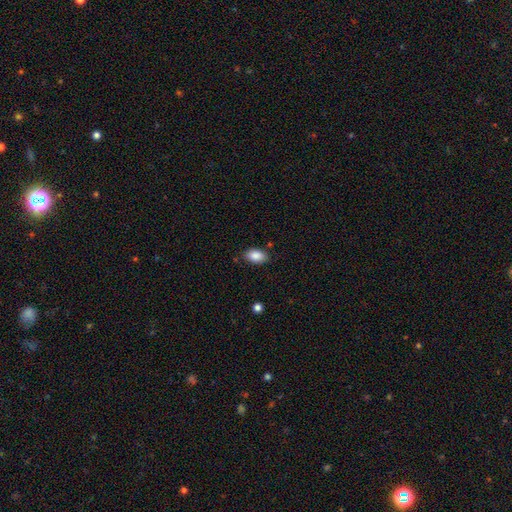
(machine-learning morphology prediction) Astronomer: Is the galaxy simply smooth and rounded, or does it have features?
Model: smooth — 88%.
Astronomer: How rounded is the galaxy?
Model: in between — 90%.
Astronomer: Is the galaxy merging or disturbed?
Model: none — 83%.